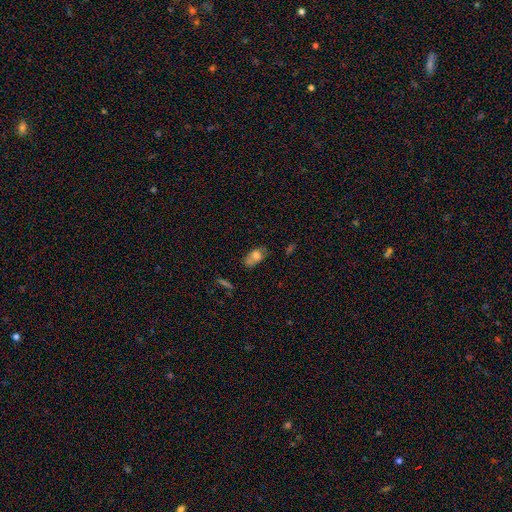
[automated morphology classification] smooth 71%, featured or disk 19%, star or artifact 10%. Down the decision tree: how rounded — in between (85%); merging — none (50%).